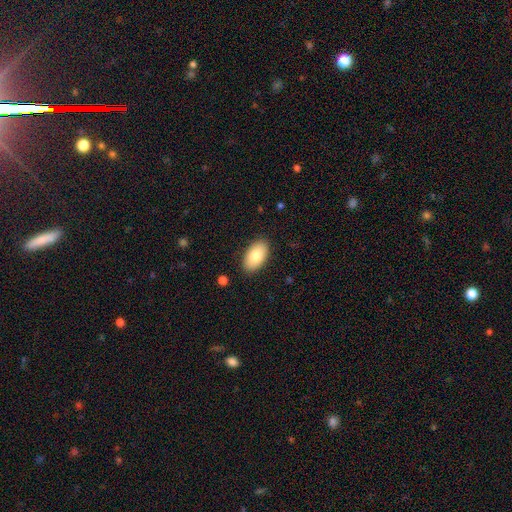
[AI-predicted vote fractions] Smooth or featured?
  - smooth: 81% *
  - featured or disk: 13%
  - star or artifact: 6%
How rounded?
  - in between: 95% *
  - round: 4%
  - cigar-shaped: 1%
Merging?
  - none: 88% *
  - minor disturbance: 9%
  - major disturbance: 2%
  - merger: 1%